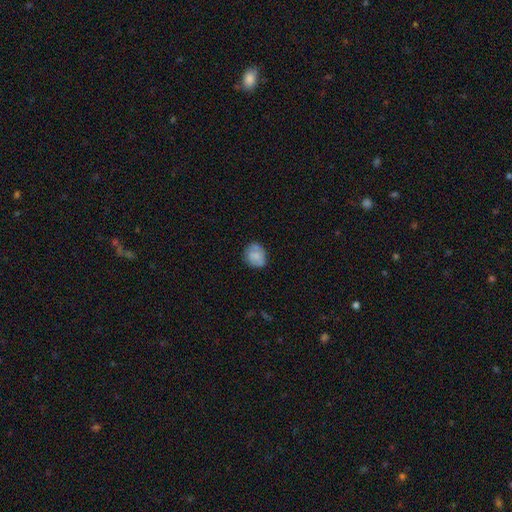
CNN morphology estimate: Q: Smooth or featured?
A: smooth (74%); runner-up: featured or disk (18%)
Q: How rounded?
A: round (65%); runner-up: in between (34%)
Q: Merging?
A: none (75%); runner-up: minor disturbance (19%)